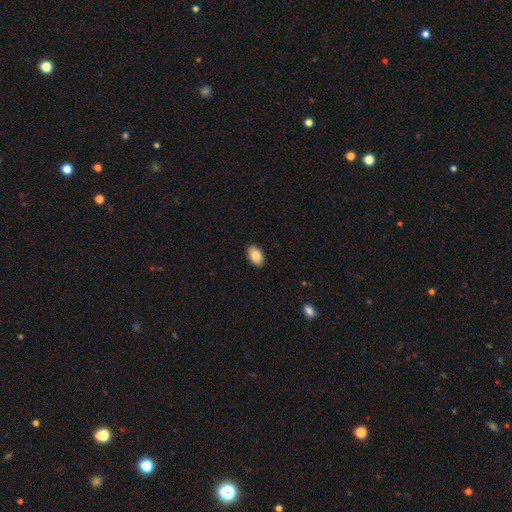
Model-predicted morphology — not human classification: This is clearly a smooth galaxy (88%). How rounded: clearly in between (93%). Merging: clearly none (89%).